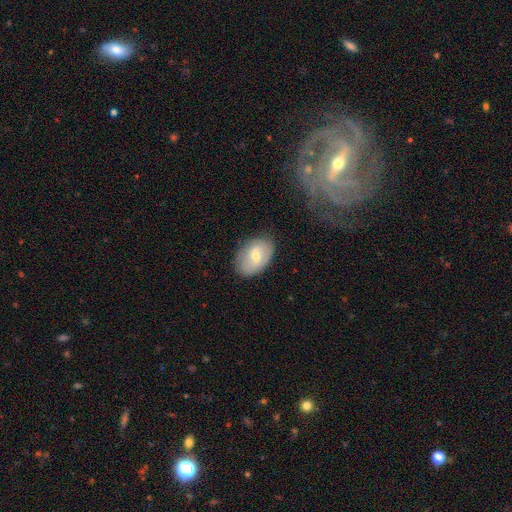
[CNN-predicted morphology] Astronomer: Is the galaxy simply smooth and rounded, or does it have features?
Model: smooth — 53% (runner-up: featured or disk, 40%).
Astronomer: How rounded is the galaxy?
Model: in between — 85%.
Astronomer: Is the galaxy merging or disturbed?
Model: none — 76%.